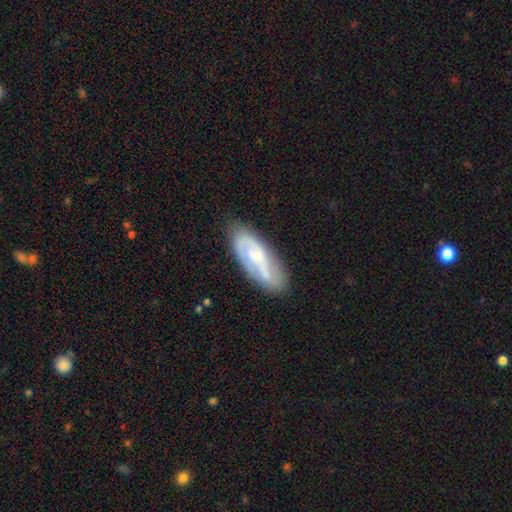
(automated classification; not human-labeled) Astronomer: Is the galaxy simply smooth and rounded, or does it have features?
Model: featured or disk — 61%.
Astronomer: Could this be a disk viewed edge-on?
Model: no — 88%.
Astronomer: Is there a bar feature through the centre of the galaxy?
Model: no — 51% (runner-up: weak, 37%).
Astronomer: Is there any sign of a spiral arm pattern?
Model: yes — 75%.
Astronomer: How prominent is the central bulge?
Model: small — 49% (runner-up: moderate, 35%).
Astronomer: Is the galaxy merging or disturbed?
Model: none — 73%.